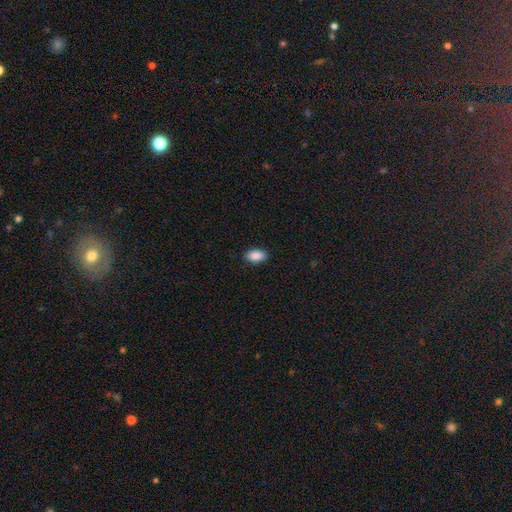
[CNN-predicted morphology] This is clearly a smooth galaxy (90%). How rounded: clearly in between (93%). Merging: clearly none (90%).